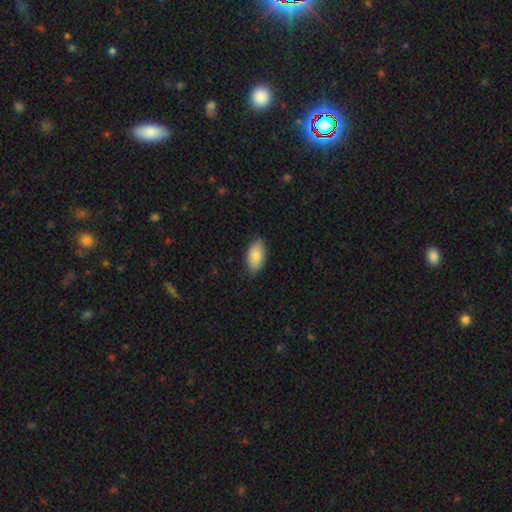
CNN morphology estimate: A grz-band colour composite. It shows a smooth galaxy with no disk features (85%) that is in between round and cigar-shaped (94%). Merging: none (86%).